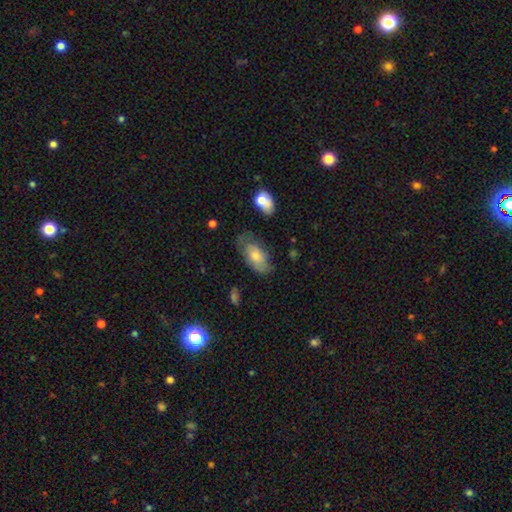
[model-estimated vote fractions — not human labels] A smooth galaxy with no disk features (60%) that is in between round and cigar-shaped (91%). Merging: none (58%).